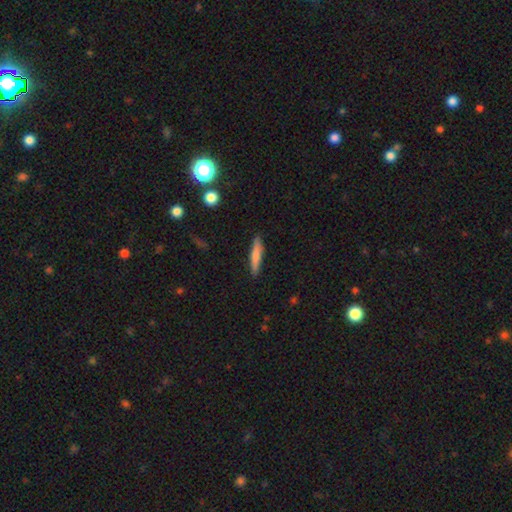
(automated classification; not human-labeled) This appears to be a smooth galaxy with no disk features (71%) that is cigar-shaped (91%). Merging: none (89%).